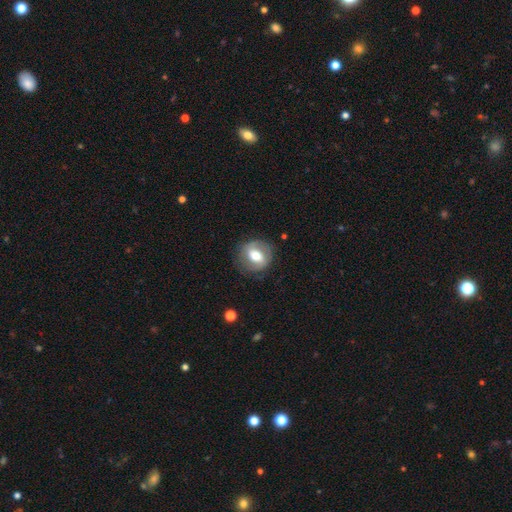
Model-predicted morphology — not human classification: Smooth or featured? smooth (47%)
Merging? none (78%)